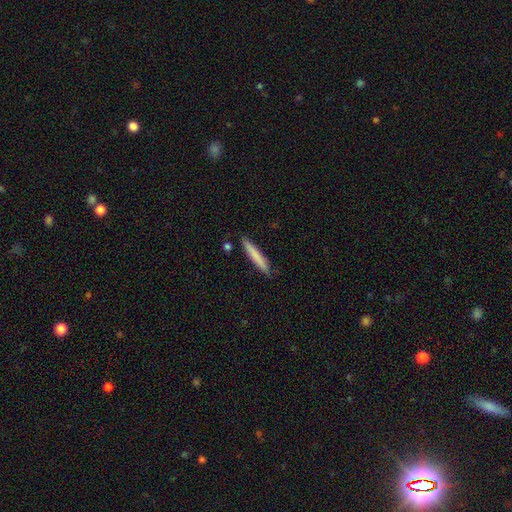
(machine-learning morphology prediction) A smooth galaxy with no disk features (76%) that is cigar-shaped (95%).

Vote fractions:
- Smooth or featured? smooth: 76% / featured or disk: 18% / star or artifact: 6%
- How rounded? cigar-shaped: 95% / in between: 4% / round: 1%
- Merging? none: 87% / minor disturbance: 9% / merger: 2% / major disturbance: 2%